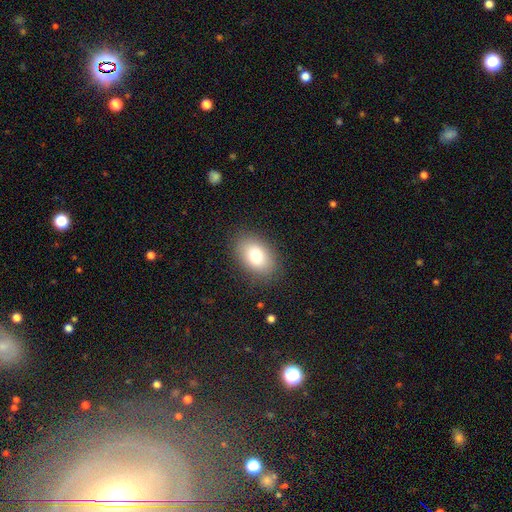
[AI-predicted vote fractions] smooth 79%, featured or disk 12%, star or artifact 9%. Down the decision tree: how rounded — in between (84%); merging — none (85%).